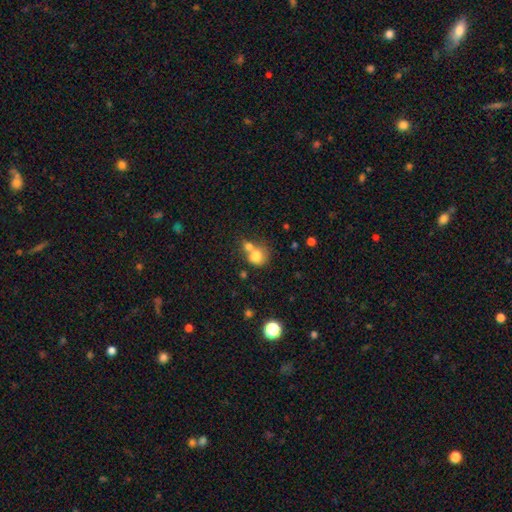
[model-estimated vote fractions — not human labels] Smooth or featured: smooth — 77% (featured or disk — 12%)
How rounded: round — 78% (in between — 21%)
Merging: merger — 52% (none — 35%)